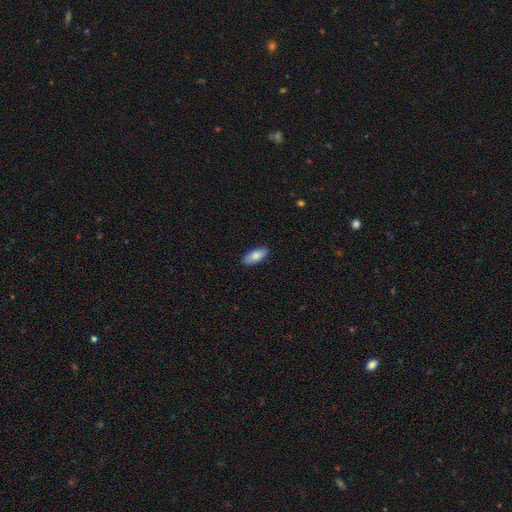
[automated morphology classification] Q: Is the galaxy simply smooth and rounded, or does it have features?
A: smooth — 85%.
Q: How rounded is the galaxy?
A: in between — 85%.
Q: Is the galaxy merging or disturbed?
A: none — 88%.